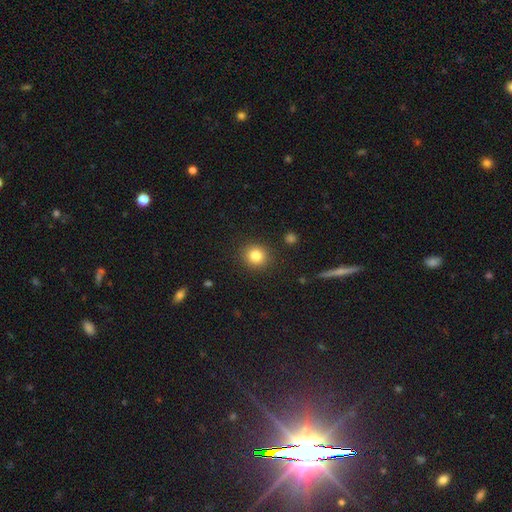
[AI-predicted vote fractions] A smooth galaxy with no disk features (83%) that is round (86%).

Vote fractions:
- Smooth or featured? smooth: 83% / star or artifact: 11% / featured or disk: 6%
- How rounded? round: 86% / in between: 13% / cigar-shaped: 1%
- Merging? none: 89% / minor disturbance: 7% / major disturbance: 2% / merger: 1%